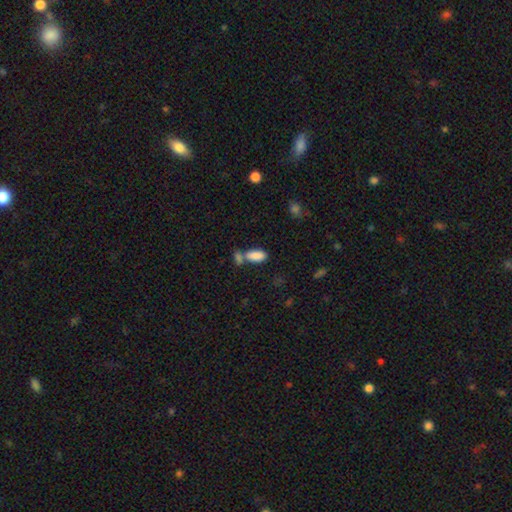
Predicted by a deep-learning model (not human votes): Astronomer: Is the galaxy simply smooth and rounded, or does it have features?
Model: smooth — 86%.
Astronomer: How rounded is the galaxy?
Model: in between — 90%.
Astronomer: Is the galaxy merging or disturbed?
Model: merger — 42%, tied with none at 42%.